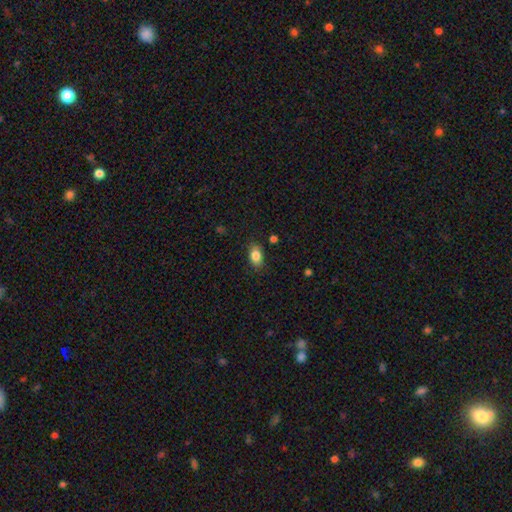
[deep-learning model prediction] This is clearly a smooth galaxy (85%). How rounded: clearly in between (85%). Merging: clearly none (83%).